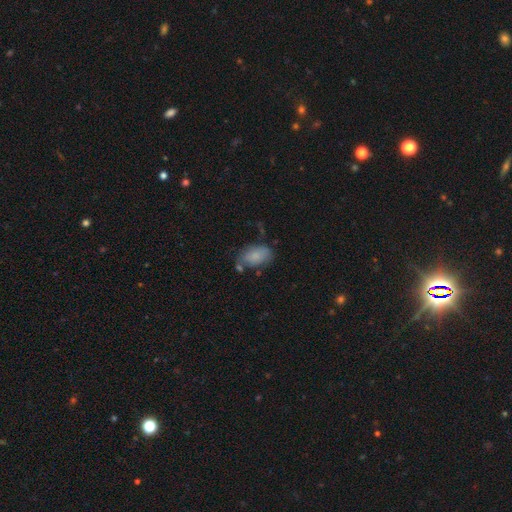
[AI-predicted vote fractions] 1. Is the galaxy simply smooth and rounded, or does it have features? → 82% smooth, 11% featured or disk, 8% star or artifact.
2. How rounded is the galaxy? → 91% in between, 8% round, 2% cigar-shaped.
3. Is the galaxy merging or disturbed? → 59% none, 24% minor disturbance, 9% merger, 8% major disturbance.